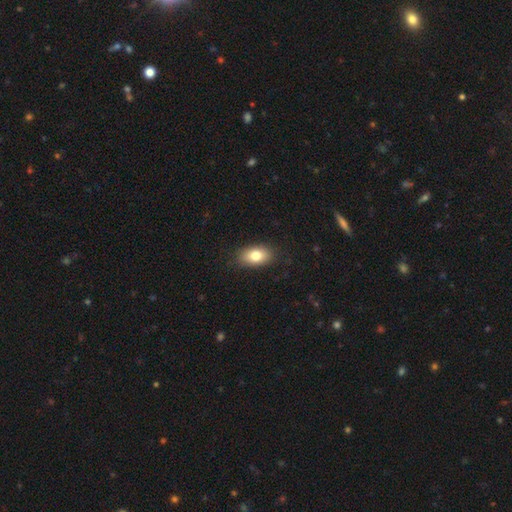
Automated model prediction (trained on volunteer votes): A smooth galaxy with no disk features (80%) that is in between round and cigar-shaped (89%). Merging: none (86%).